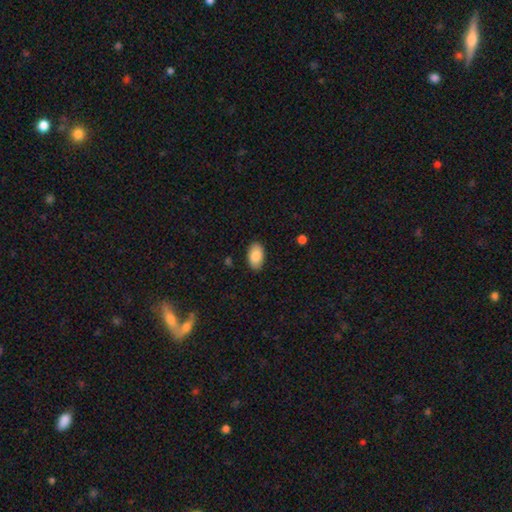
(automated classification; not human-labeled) A smooth galaxy with no disk features (88%) that is in between round and cigar-shaped (94%).

Vote fractions:
- Smooth or featured? smooth: 88% / star or artifact: 6% / featured or disk: 5%
- How rounded? in between: 94% / round: 5% / cigar-shaped: 1%
- Merging? none: 88% / minor disturbance: 9% / major disturbance: 2% / merger: 1%